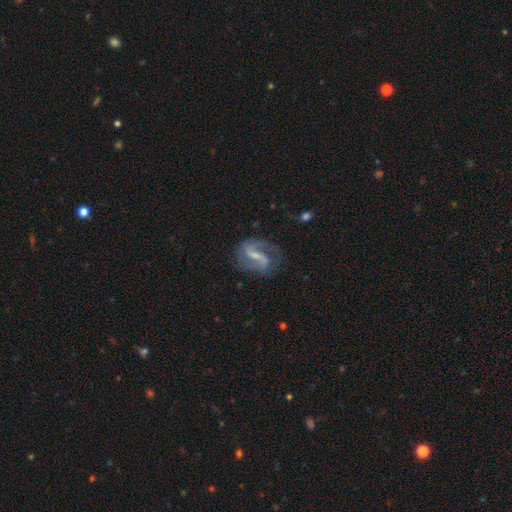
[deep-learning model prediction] A featured or disk galaxy (84%) with a weak bar (45%), 2 (82%) medium (47%) spiral arms (94%) and a small central bulge (46%).

Vote fractions:
- Smooth or featured? featured or disk: 84% / smooth: 10% / star or artifact: 6%
- Edge-on disk? no: 97% / yes: 3%
- Bar? weak: 45% / strong: 39% / no: 16%
- Spiral arms? yes: 94% / no: 6%
- Spiral winding? medium: 47% / loose: 37% / tight: 15%
- Spiral arm count? 2: 82% / 1: 11% / can't tell: 4% / 3: 1% / 4: 1% / more than 4: 1%
- Bulge size? small: 46% / none: 26% / moderate: 24% / large: 3% / dominant: 1%
- Merging? none: 65% / minor disturbance: 19% / major disturbance: 13% / merger: 2%